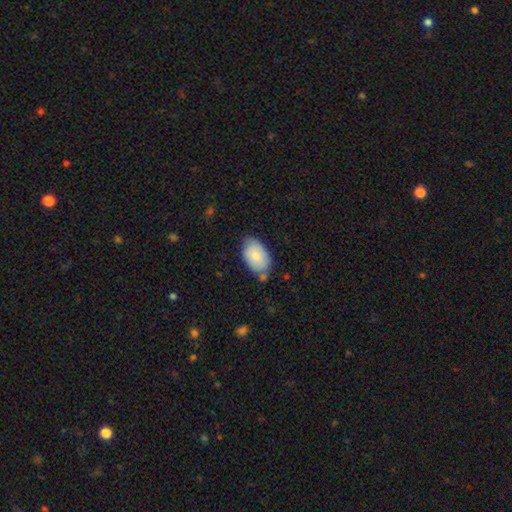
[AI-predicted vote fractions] Morphology: type=smooth (84%); roundness=in between (94%); merging=none (66%).